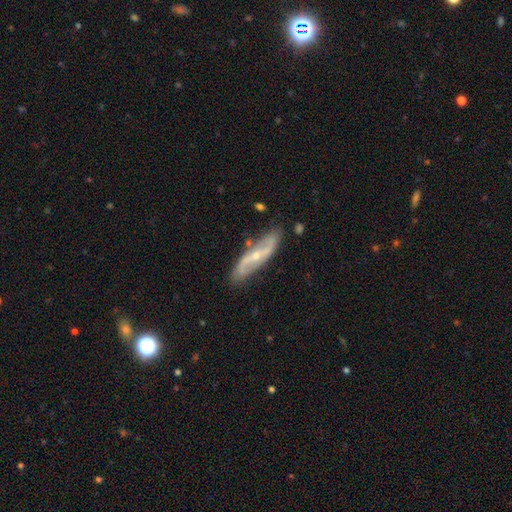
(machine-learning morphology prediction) This appears to be a featured or disk galaxy (80%) with no bar (38%), 2 (90%) loose (61%) spiral arms (90%) and a small central bulge (73%). Merging: none (79%).